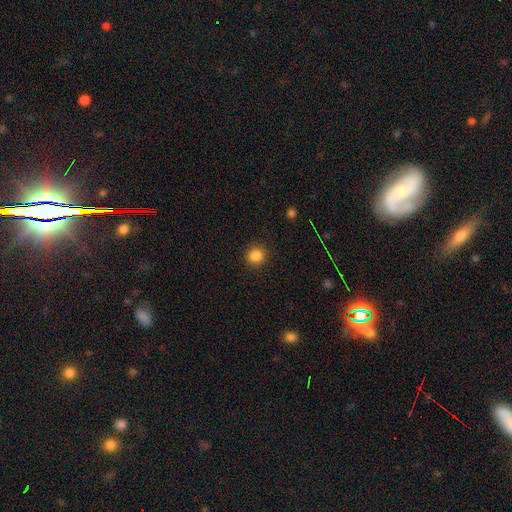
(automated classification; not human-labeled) smooth 86%, star or artifact 11%, featured or disk 3%. Down the decision tree: how rounded — round (85%); merging — none (89%).